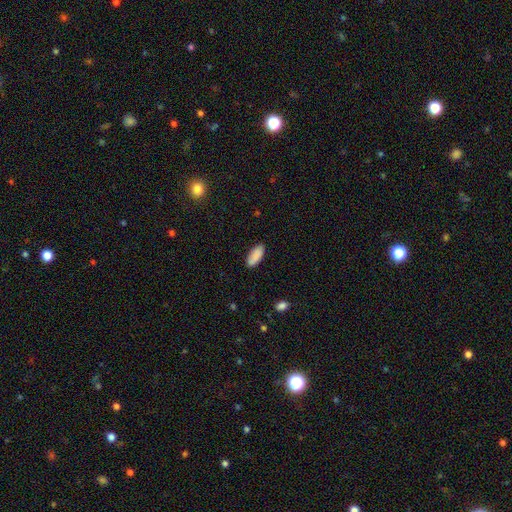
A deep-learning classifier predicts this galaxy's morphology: smooth_or_featured: smooth (p=0.89) [alt: star or artifact p=0.06]
how_rounded: in between (p=0.82) [alt: cigar-shaped p=0.16]
merging: none (p=0.86) [alt: minor disturbance p=0.11]